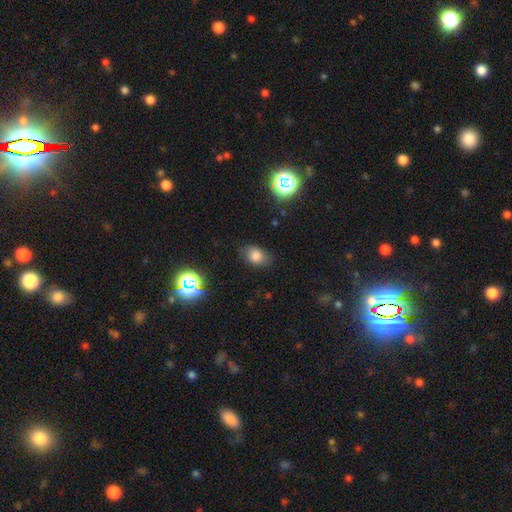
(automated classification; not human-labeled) smooth 74%, star or artifact 15%, featured or disk 11%. Down the decision tree: how rounded — in between (76%); merging — none (74%).